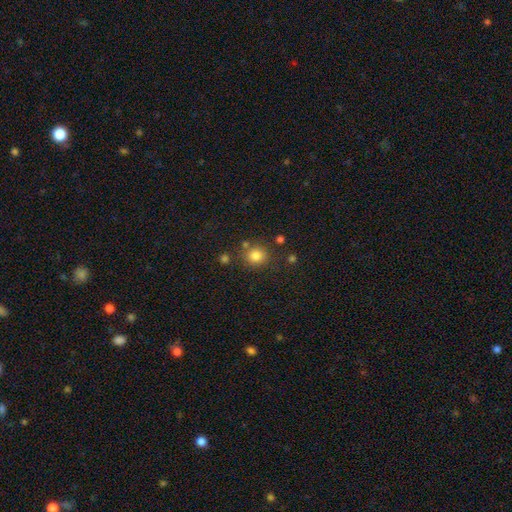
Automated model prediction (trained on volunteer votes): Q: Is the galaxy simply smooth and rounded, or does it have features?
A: smooth — 82%.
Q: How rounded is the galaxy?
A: round — 88%.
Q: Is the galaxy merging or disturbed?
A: none — 79%.